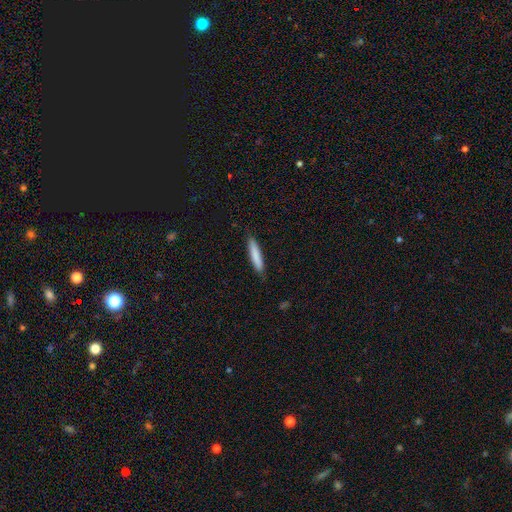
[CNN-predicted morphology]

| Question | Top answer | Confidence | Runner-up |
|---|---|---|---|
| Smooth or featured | smooth | 83% | featured or disk (11%) |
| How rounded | cigar-shaped | 89% | in between (10%) |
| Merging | none | 87% | minor disturbance (10%) |